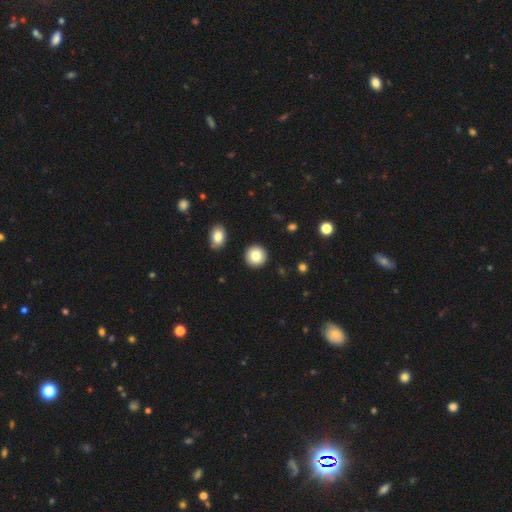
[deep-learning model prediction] smooth 83%, featured or disk 9%, star or artifact 9%. Down the decision tree: how rounded — round (93%); merging — none (92%).